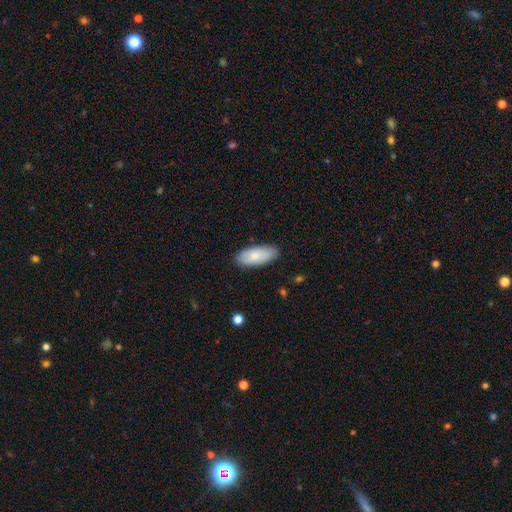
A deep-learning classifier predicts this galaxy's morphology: smooth-or-featured: smooth: 83% | featured or disk: 12% | star or artifact: 5%
  how-rounded: in between: 84% | cigar-shaped: 14% | round: 2%
  merging: none: 86% | minor disturbance: 11% | major disturbance: 2% | merger: 1%